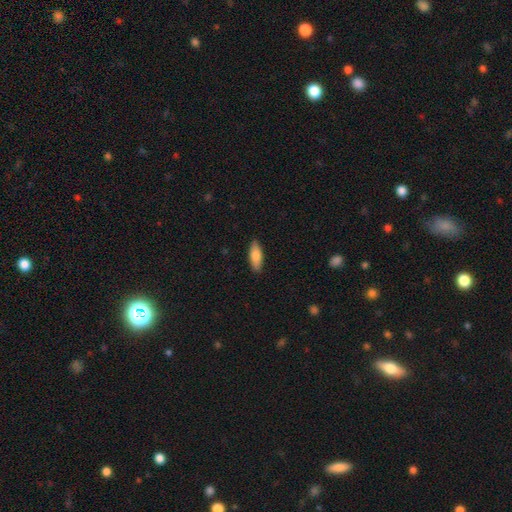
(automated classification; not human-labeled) This appears to be a smooth galaxy with no disk features (81%) that is in between round and cigar-shaped (64%). Merging: none (88%).